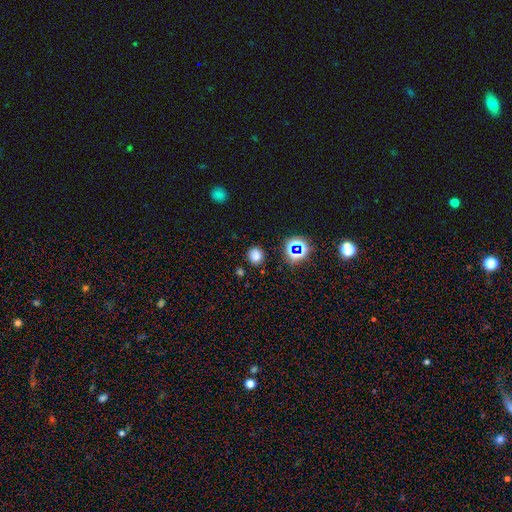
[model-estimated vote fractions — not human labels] Smooth or featured? smooth (72%)
How rounded? round (85%)
Merging? none (85%)